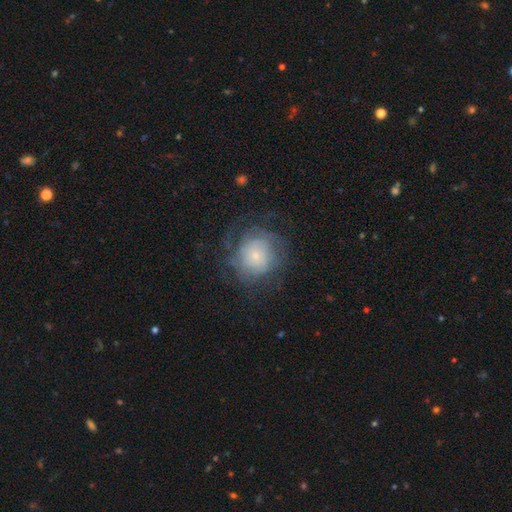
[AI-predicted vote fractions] Smooth or featured? featured or disk (57%)
Edge-on disk? no (97%)
Bar? no (81%)
Spiral arms? yes (80%)
Bulge size? small (70%)
Merging? none (64%)